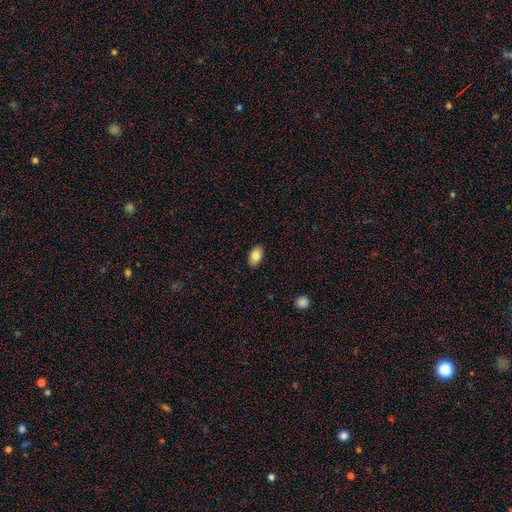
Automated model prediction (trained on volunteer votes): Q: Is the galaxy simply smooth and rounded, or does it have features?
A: smooth — 81%.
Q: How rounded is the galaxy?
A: in between — 93%.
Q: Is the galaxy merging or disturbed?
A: none — 88%.